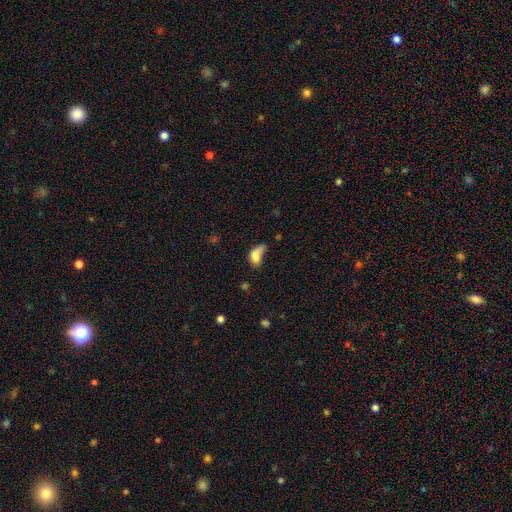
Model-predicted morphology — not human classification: Smooth or featured? smooth (73%)
How rounded? in between (82%)
Merging? major disturbance (35%)